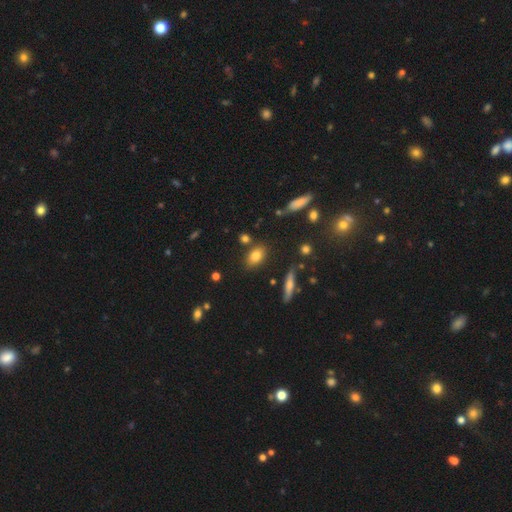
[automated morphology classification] smooth_or_featured: smooth (p=0.79) [alt: featured or disk p=0.11]
how_rounded: in between (p=0.80) [alt: round p=0.16]
merging: none (p=0.80) [alt: minor disturbance p=0.11]